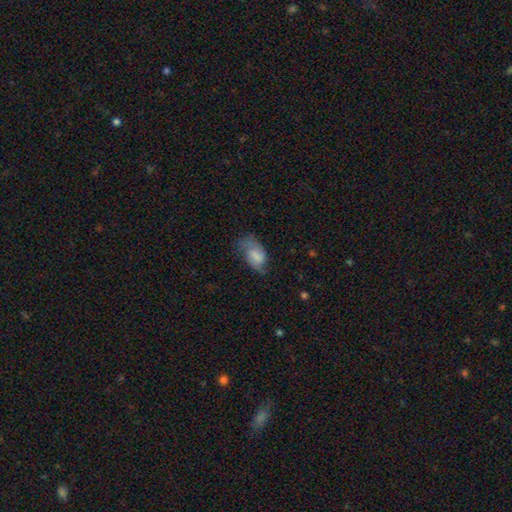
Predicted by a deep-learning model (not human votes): Smooth or featured?
  - smooth: 55% *
  - featured or disk: 36%
  - star or artifact: 9%
How rounded?
  - in between: 91% *
  - round: 7%
  - cigar-shaped: 2%
Merging?
  - none: 46% *
  - minor disturbance: 32%
  - major disturbance: 20%
  - merger: 2%